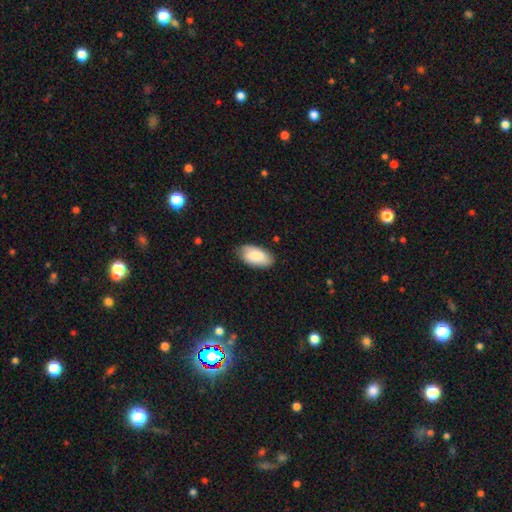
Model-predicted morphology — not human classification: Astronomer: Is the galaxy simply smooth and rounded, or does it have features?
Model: smooth — 80%.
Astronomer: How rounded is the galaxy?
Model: in between — 95%.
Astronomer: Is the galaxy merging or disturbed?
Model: none — 79%.